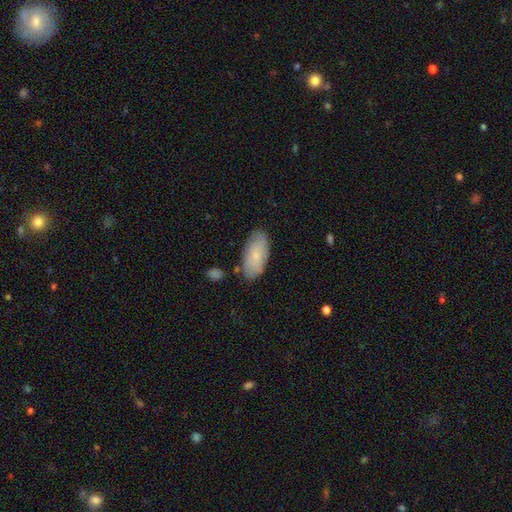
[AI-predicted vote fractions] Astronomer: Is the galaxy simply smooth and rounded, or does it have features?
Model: smooth — 74%.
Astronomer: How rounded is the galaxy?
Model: in between — 93%.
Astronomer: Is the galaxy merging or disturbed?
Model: none — 78%.